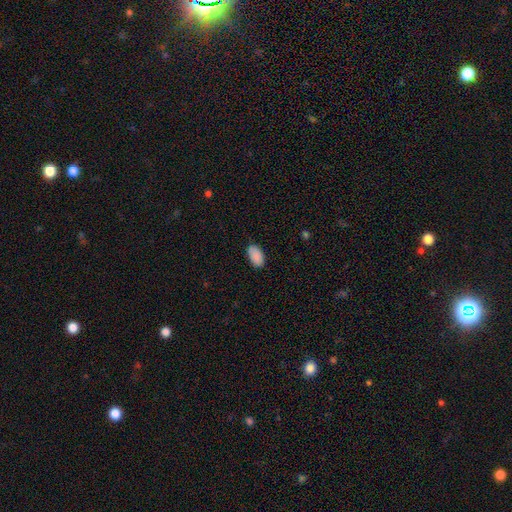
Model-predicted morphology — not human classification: A smooth galaxy with no disk features (89%) that is in between round and cigar-shaped (95%). Merging: none (82%).